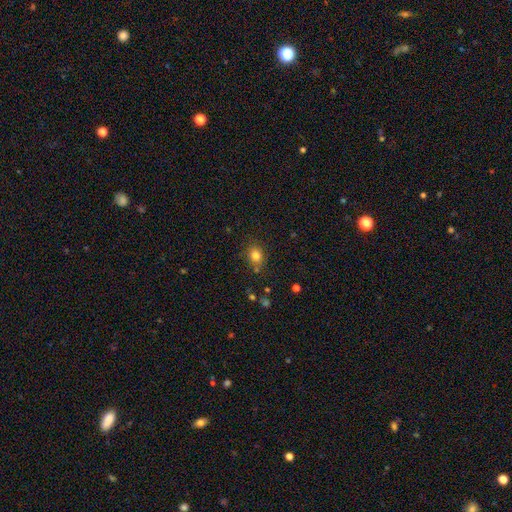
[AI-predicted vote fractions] smooth 81%, star or artifact 12%, featured or disk 6%. Down the decision tree: how rounded — round (56%); merging — none (77%).